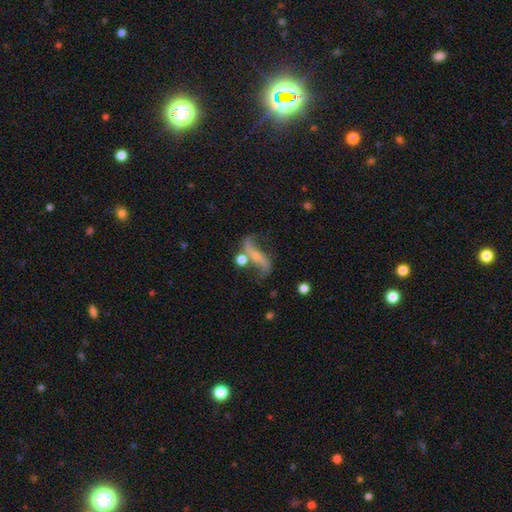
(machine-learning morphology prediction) A featured or disk galaxy (80%) with no bar (40%), 2 (91%) loose (89%) spiral arms (91%) and a small central bulge (59%). Merging: none (53%).